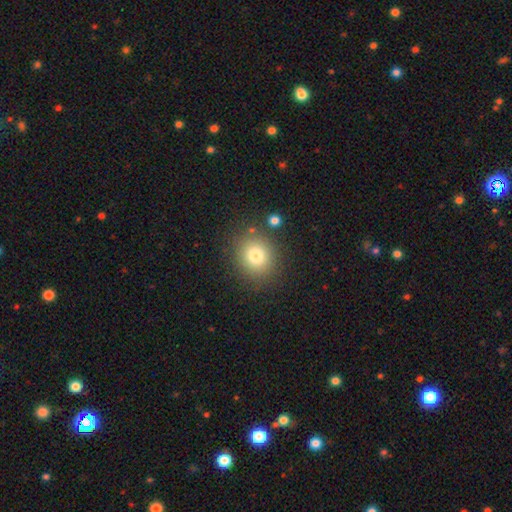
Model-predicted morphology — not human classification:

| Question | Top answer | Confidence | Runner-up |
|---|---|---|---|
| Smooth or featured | smooth | 77% | star or artifact (13%) |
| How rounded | round | 82% | in between (17%) |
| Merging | none | 84% | minor disturbance (9%) |